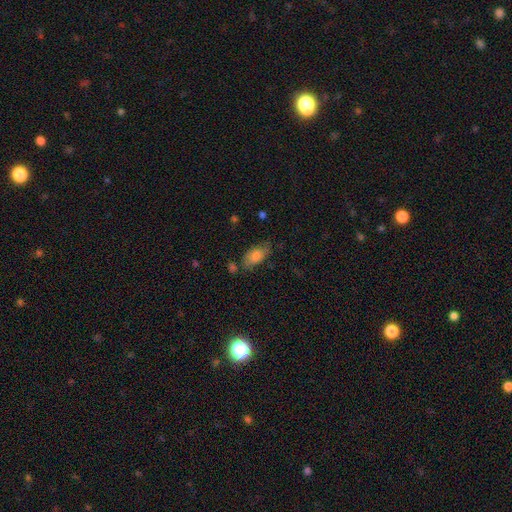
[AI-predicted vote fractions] A smooth galaxy with no disk features (77%) that is in between round and cigar-shaped (89%).

Vote fractions:
- Smooth or featured? smooth: 77% / featured or disk: 14% / star or artifact: 9%
- How rounded? in between: 89% / cigar-shaped: 7% / round: 4%
- Merging? none: 68% / minor disturbance: 21% / merger: 6% / major disturbance: 5%